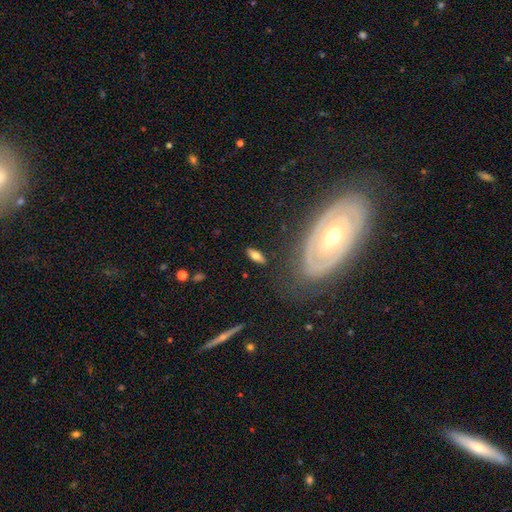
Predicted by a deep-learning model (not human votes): Smooth or featured?
  - smooth: 61% *
  - featured or disk: 31%
  - star or artifact: 8%
How rounded?
  - in between: 73% *
  - cigar-shaped: 22%
  - round: 4%
Merging?
  - none: 84% *
  - minor disturbance: 10%
  - major disturbance: 3%
  - merger: 2%